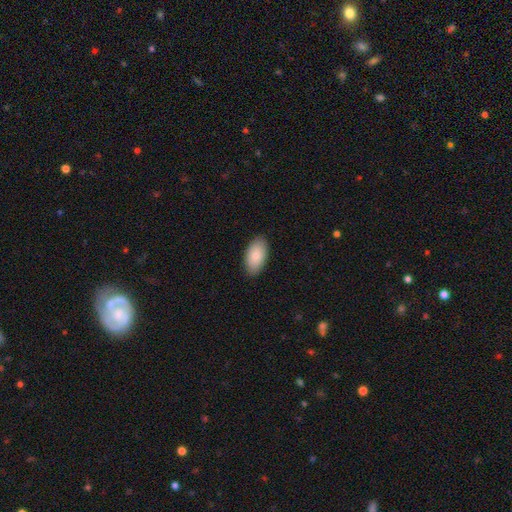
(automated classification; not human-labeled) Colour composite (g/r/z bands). It shows a smooth galaxy with no disk features (83%) that is in between round and cigar-shaped (95%). Merging: none (88%).